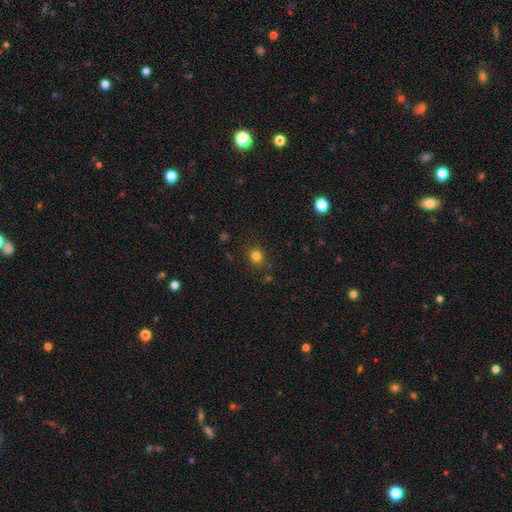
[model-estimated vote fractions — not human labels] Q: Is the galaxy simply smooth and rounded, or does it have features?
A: smooth — 80%.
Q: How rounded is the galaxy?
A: round — 75%.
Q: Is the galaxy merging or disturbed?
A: none — 85%.